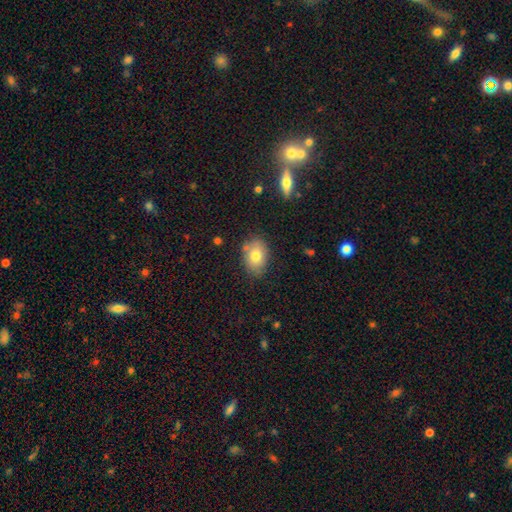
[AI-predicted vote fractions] A smooth galaxy with no disk features (77%) that is in between round and cigar-shaped (81%).

Vote fractions:
- Smooth or featured? smooth: 77% / featured or disk: 14% / star or artifact: 8%
- How rounded? in between: 81% / round: 18% / cigar-shaped: 1%
- Merging? none: 78% / minor disturbance: 14% / merger: 4% / major disturbance: 3%